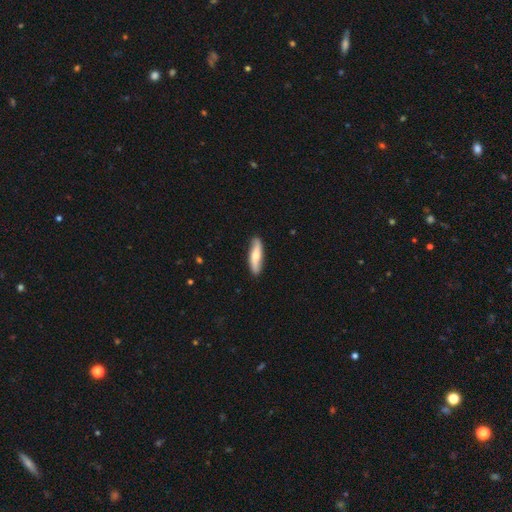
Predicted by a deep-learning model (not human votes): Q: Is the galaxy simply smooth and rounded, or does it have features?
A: smooth — 56%.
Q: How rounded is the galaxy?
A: cigar-shaped — 68%.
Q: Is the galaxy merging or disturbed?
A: none — 88%.